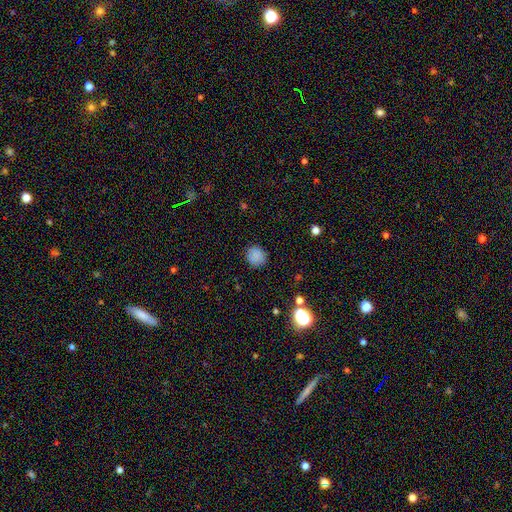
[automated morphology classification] This is clearly a smooth galaxy (85%). How rounded: clearly round (88%). Merging: clearly none (88%).